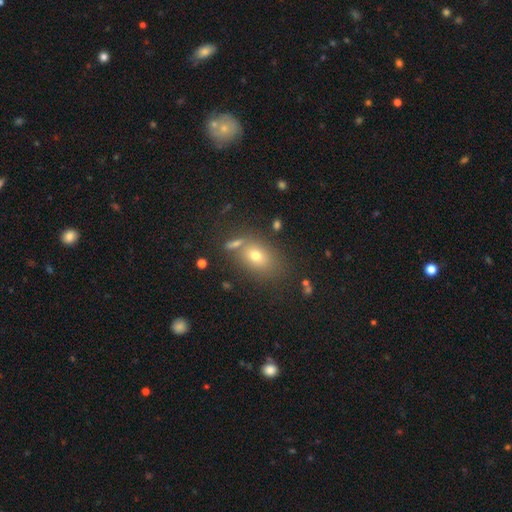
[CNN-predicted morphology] Q: Smooth or featured?
A: smooth (71%); runner-up: star or artifact (15%)
Q: How rounded?
A: in between (70%); runner-up: round (27%)
Q: Merging?
A: none (68%); runner-up: minor disturbance (13%)